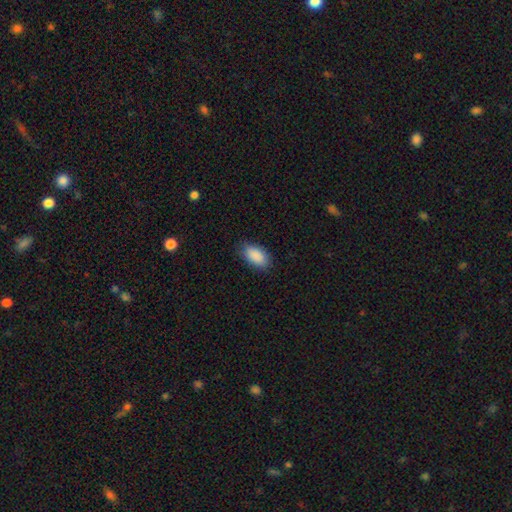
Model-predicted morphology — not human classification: smooth-or-featured: smooth: 90% | star or artifact: 6% | featured or disk: 3%
  how-rounded: in between: 93% | round: 4% | cigar-shaped: 3%
  merging: none: 81% | minor disturbance: 15% | major disturbance: 3% | merger: 1%